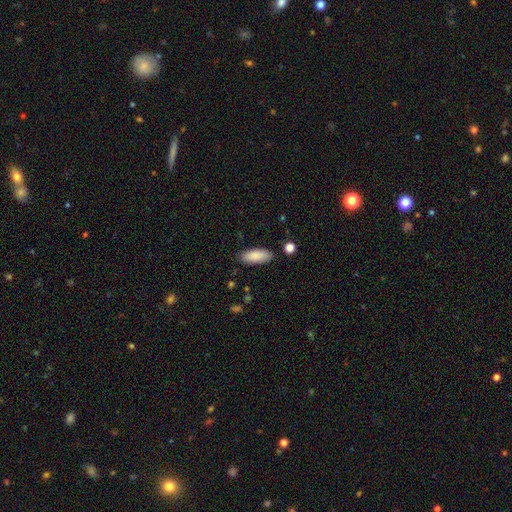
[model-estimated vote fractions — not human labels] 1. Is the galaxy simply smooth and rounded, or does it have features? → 88% smooth, 6% star or artifact, 6% featured or disk.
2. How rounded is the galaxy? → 76% in between, 22% cigar-shaped, 2% round.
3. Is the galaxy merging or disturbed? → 85% none, 11% minor disturbance, 2% major disturbance, 2% merger.